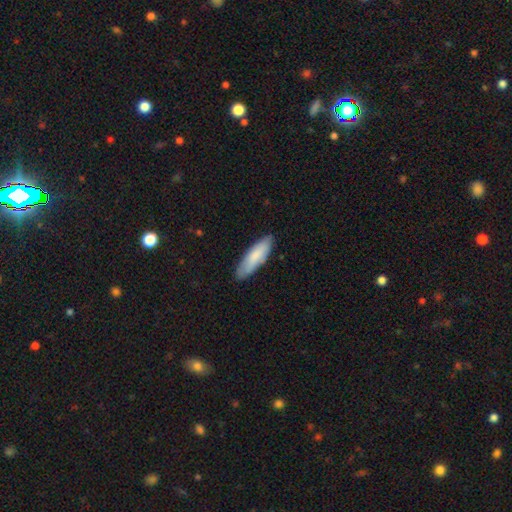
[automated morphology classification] This appears to be a smooth galaxy with no disk features (80%) that is cigar-shaped (53%). Merging: none (84%).